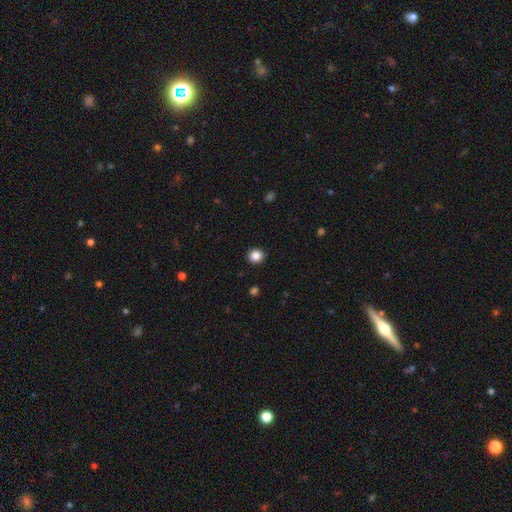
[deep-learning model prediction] Smooth or featured? smooth (86%)
How rounded? round (90%)
Merging? none (93%)